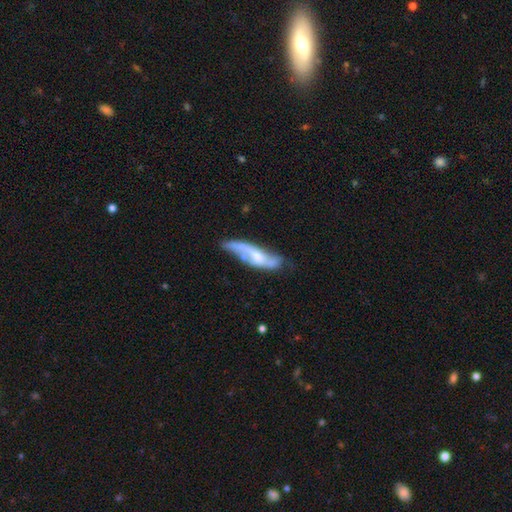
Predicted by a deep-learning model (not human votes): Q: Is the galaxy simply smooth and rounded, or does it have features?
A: featured or disk — 61%.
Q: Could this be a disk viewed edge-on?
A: no — 75%.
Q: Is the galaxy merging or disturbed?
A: none — 38%.